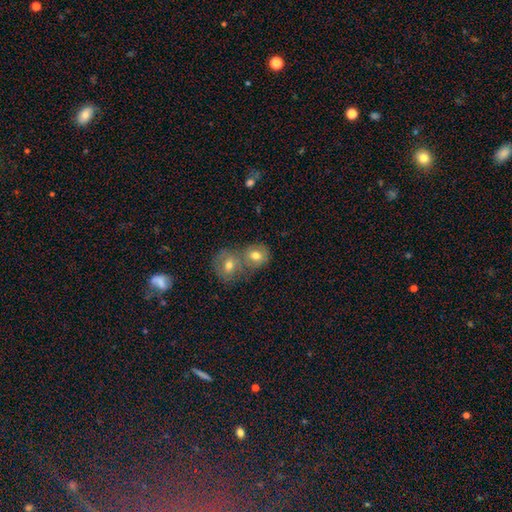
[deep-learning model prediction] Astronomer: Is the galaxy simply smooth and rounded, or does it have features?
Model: smooth — 72%.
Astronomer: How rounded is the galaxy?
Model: round — 63%.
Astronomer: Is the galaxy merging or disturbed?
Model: merger — 58%.